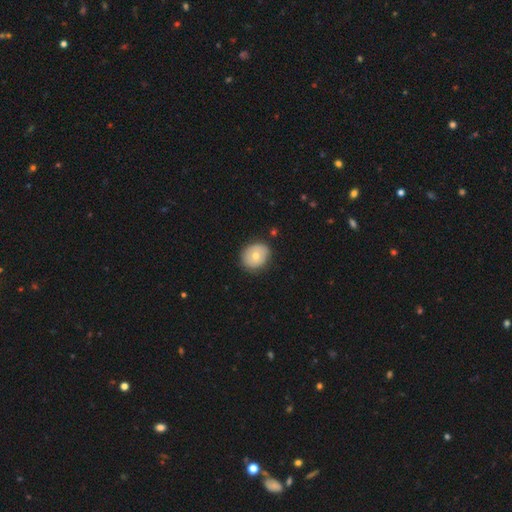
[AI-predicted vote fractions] Smooth or featured: smooth — 66% (featured or disk — 26%)
How rounded: round — 69% (in between — 30%)
Merging: none — 84% (minor disturbance — 12%)